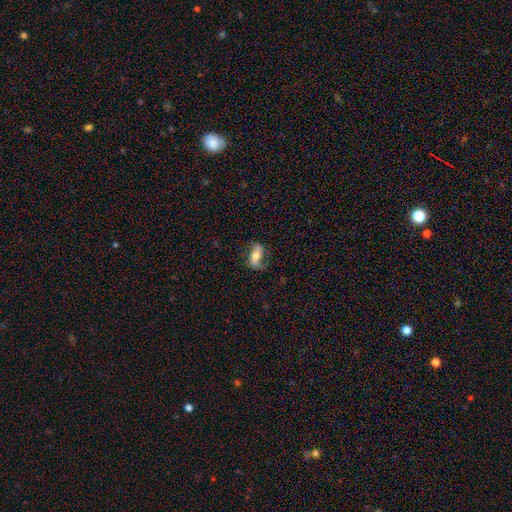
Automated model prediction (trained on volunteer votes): Smooth or featured?
  - featured or disk: 60% *
  - smooth: 33%
  - star or artifact: 7%
Edge-on disk?
  - no: 89% *
  - yes: 11%
Bar?
  - no: 38% *
  - strong: 35%
  - weak: 27%
Spiral arms?
  - yes: 84% *
  - no: 16%
Bulge size?
  - moderate: 64% *
  - small: 18%
  - large: 15%
  - dominant: 2%
  - none: 2%
Merging?
  - none: 66% *
  - minor disturbance: 20%
  - major disturbance: 12%
  - merger: 2%